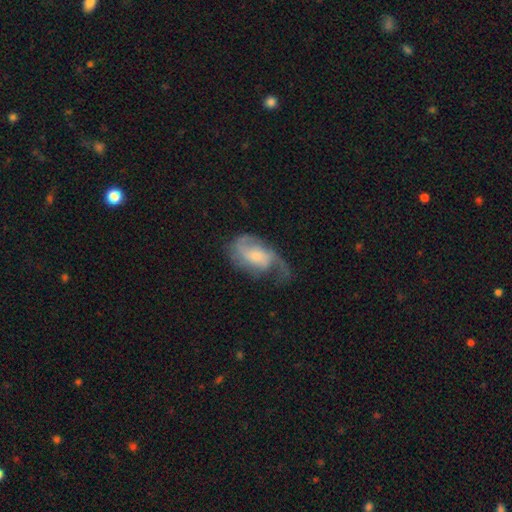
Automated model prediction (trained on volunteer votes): A featured or disk galaxy (72%) with no bar (56%), 2 (55%) medium (42%) spiral arms (90%) and a moderate central bulge (40%). Merging: none (42%).